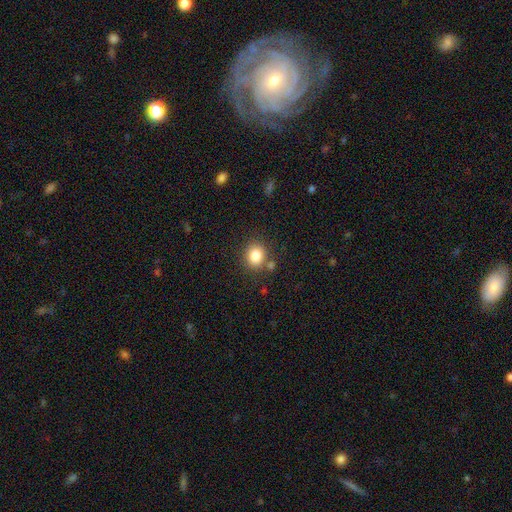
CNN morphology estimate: smooth 84%, star or artifact 10%, featured or disk 5%. Down the decision tree: how rounded — round (72%); merging — none (79%).